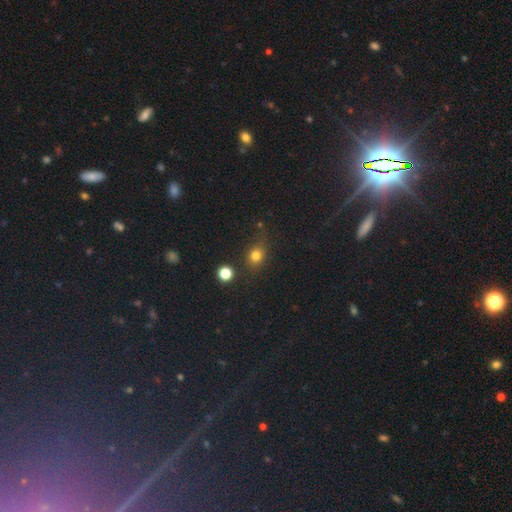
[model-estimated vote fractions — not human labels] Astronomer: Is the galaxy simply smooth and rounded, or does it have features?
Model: smooth — 76%.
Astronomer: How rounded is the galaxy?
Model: round — 62%.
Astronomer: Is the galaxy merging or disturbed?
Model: none — 71%.